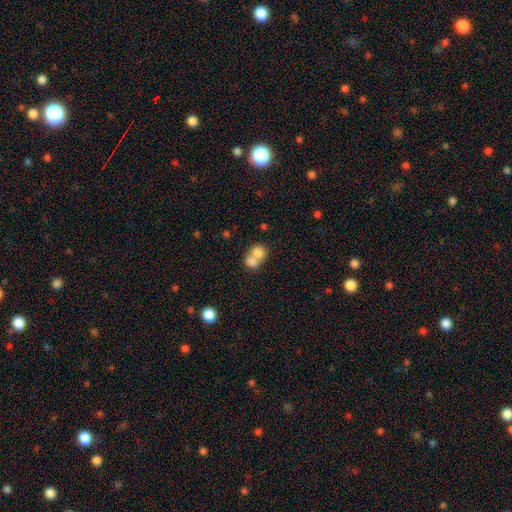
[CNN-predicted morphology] type=smooth (76%); roundness=round (64%); merging=merger (70%).